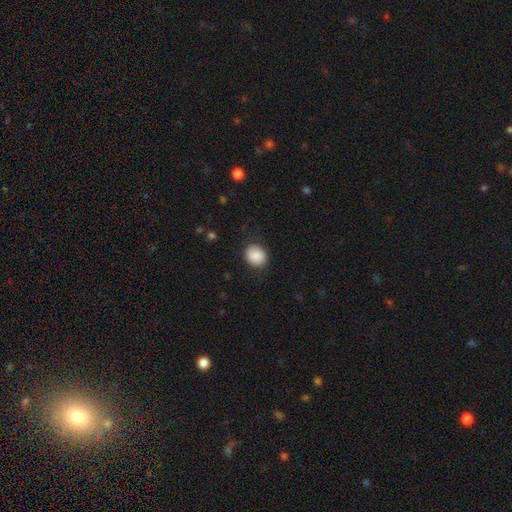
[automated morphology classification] Overall: smooth (88%). How rounded: round (69%; in between 30%). Merging: none (86%).